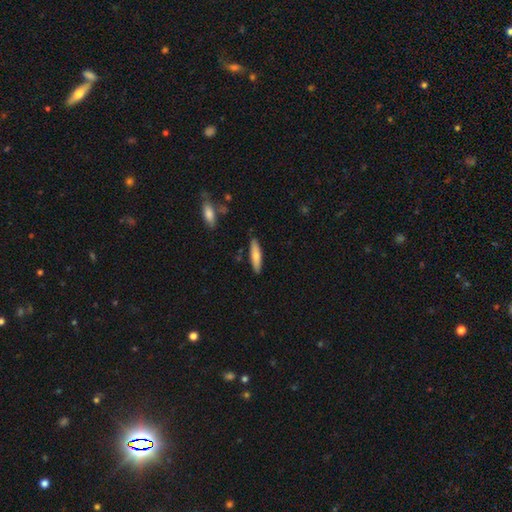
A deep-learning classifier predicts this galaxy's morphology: Q: Smooth or featured?
A: smooth (76%); runner-up: featured or disk (18%)
Q: How rounded?
A: cigar-shaped (74%); runner-up: in between (24%)
Q: Merging?
A: none (86%); runner-up: minor disturbance (10%)